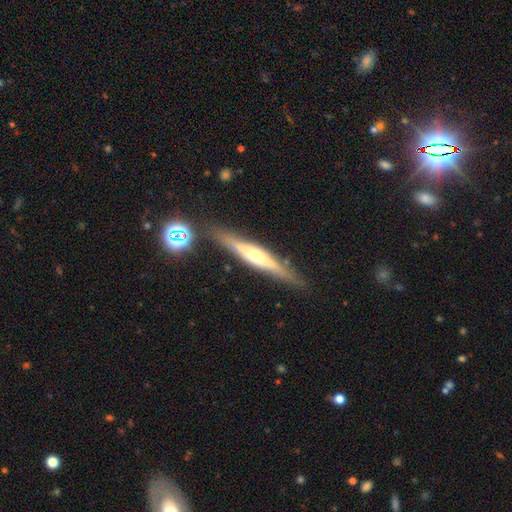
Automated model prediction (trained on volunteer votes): smooth_or_featured: featured or disk (p=0.65) [alt: smooth p=0.27]
disk_edge_on: yes (p=0.94) [alt: no p=0.06]
edge_on_bulge: rounded (p=0.83) [alt: boxy p=0.09]
merging: none (p=0.84) [alt: minor disturbance p=0.11]